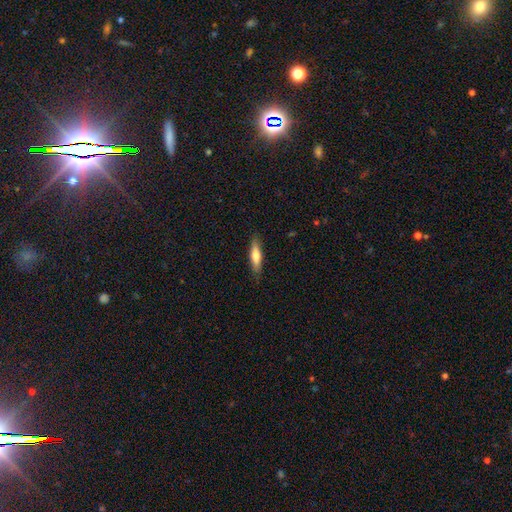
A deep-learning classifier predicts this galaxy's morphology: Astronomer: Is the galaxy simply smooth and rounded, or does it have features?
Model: smooth — 67%.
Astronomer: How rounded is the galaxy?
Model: cigar-shaped — 70%.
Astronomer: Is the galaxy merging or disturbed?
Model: none — 84%.